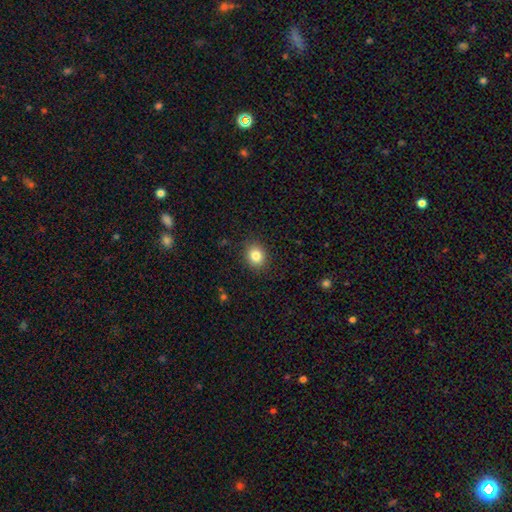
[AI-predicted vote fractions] Q: Smooth or featured?
A: smooth (83%); runner-up: star or artifact (10%)
Q: How rounded?
A: round (63%); runner-up: in between (37%)
Q: Merging?
A: none (88%); runner-up: minor disturbance (8%)